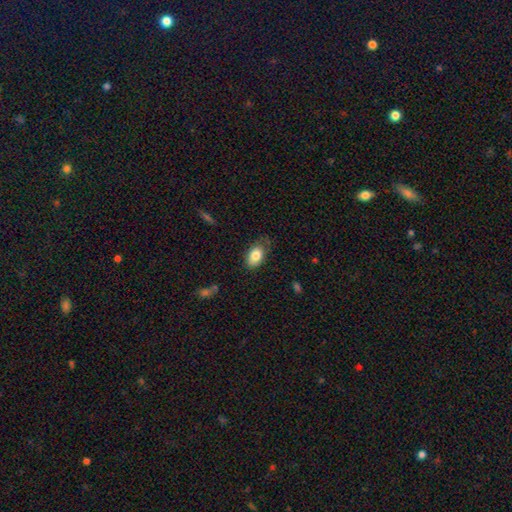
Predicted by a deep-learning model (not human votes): Smooth or featured? Predicted: smooth (p=0.82). How rounded? Predicted: in between (p=0.91). Merging? Predicted: none (p=0.65).